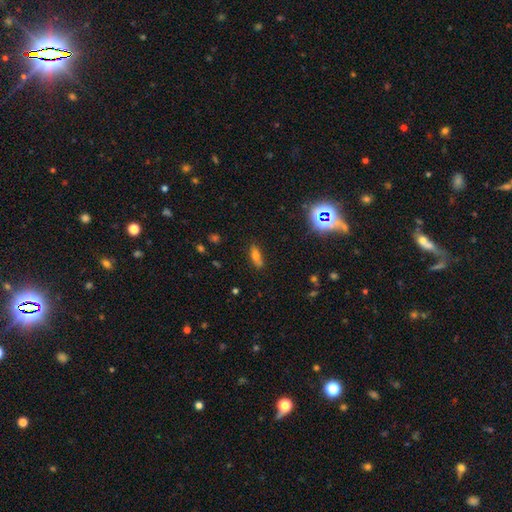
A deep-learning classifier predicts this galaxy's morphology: type=smooth (66%); roundness=in between (68%); merging=none (63%).